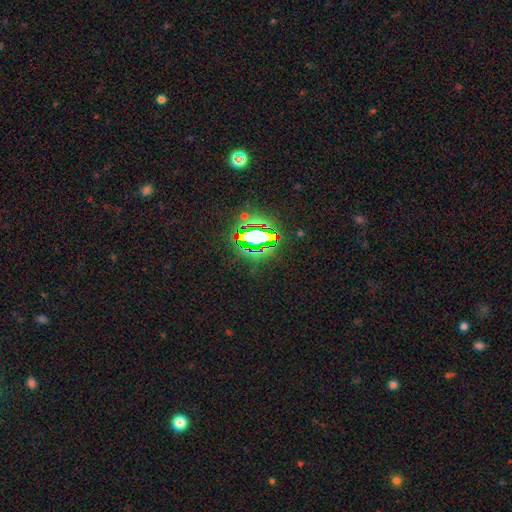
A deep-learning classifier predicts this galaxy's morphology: This is likely a star or artifact rather than a galaxy (79%).